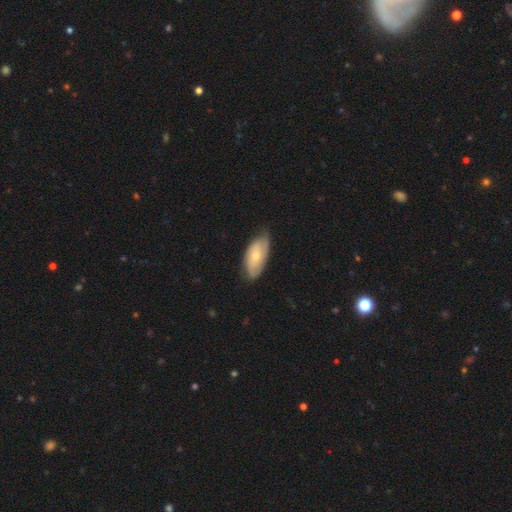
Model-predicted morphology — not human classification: This is possibly a smooth galaxy (49%). Merging: likely none (66%).